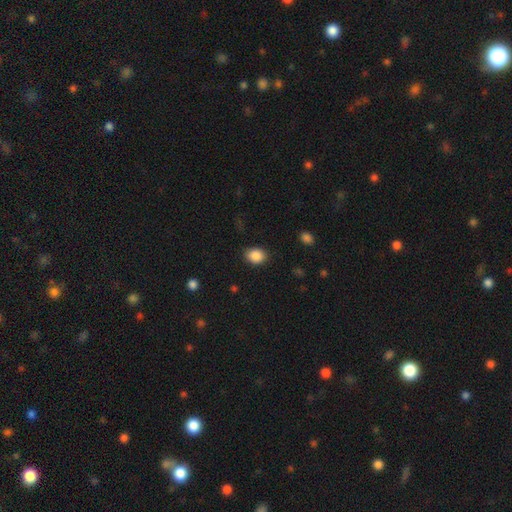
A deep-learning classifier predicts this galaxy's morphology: This appears to be a smooth galaxy with no disk features (87%) that is in between round and cigar-shaped (54%). Merging: none (85%).